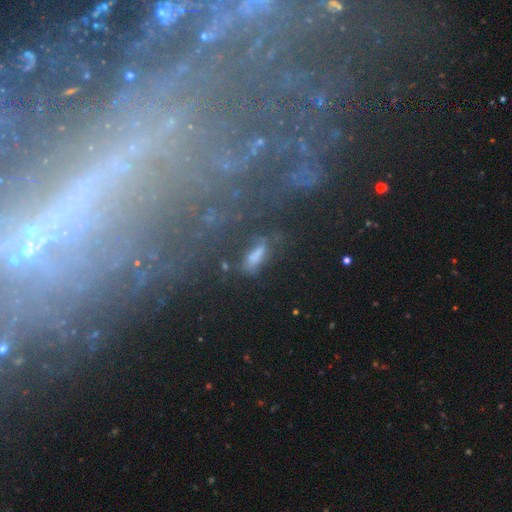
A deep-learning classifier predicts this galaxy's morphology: Q: Smooth or featured?
A: smooth (47%); runner-up: featured or disk (27%)
Q: Merging?
A: none (53%); runner-up: minor disturbance (22%)